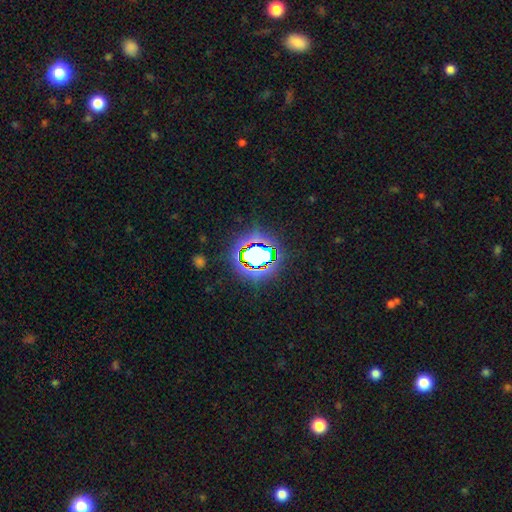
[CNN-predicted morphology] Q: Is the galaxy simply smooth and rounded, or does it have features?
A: star or artifact — 59%.